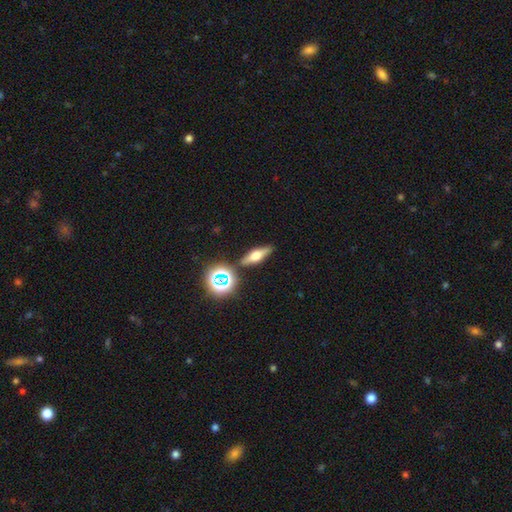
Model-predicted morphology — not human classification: This is possibly a featured or disk galaxy (50%). Merging: clearly none (85%).